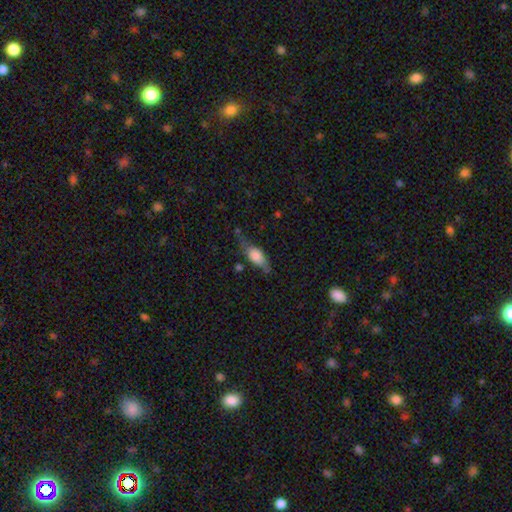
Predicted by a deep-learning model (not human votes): The model was most divided on "merging": none: 48%, minor disturbance: 33%, major disturbance: 14%, merger: 5%. More confident: how rounded — in between (72%); smooth or featured — smooth (62%).